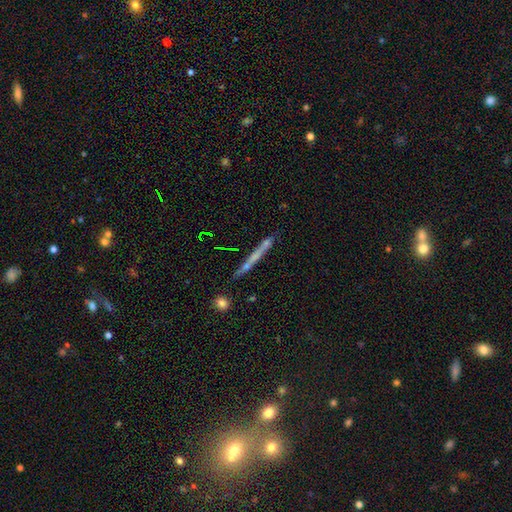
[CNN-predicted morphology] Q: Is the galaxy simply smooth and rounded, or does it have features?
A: featured or disk — 51%.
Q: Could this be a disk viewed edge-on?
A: yes — 93%.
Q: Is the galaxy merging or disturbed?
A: none — 78%.